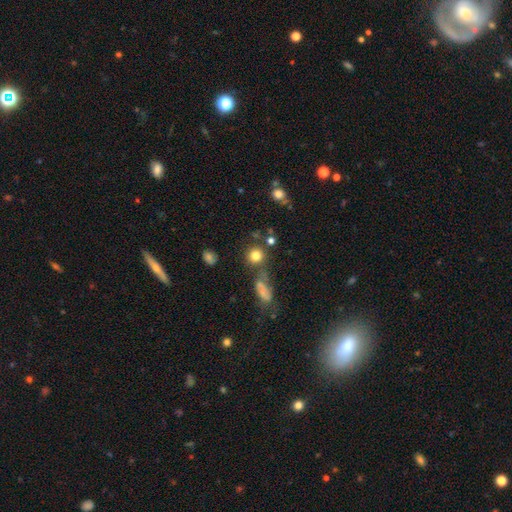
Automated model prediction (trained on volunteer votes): Morphology: type=smooth (78%); roundness=round (90%); merging=none (69%).